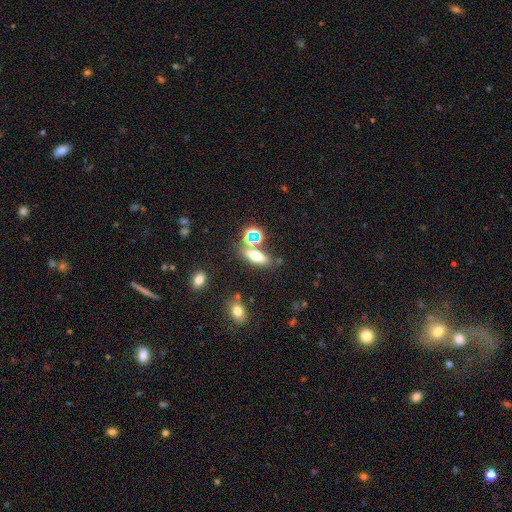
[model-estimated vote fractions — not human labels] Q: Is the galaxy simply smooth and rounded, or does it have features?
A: smooth — 56%.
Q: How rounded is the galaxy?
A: in between — 59%.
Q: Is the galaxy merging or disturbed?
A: none — 65%.